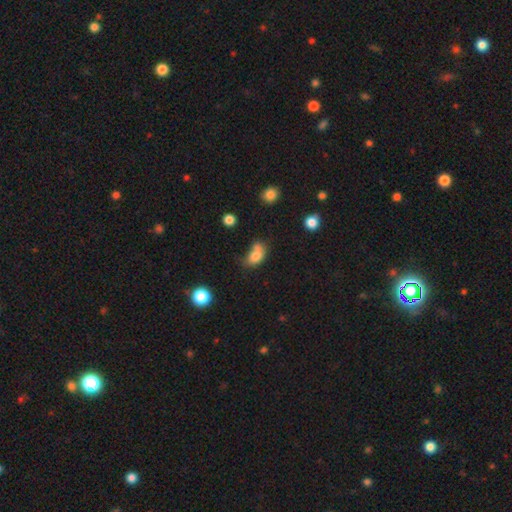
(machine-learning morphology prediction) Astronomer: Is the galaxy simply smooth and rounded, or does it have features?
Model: smooth — 76%.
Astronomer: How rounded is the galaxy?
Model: in between — 74%.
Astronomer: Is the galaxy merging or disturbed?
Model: merger — 38% (runner-up: none, 29%).